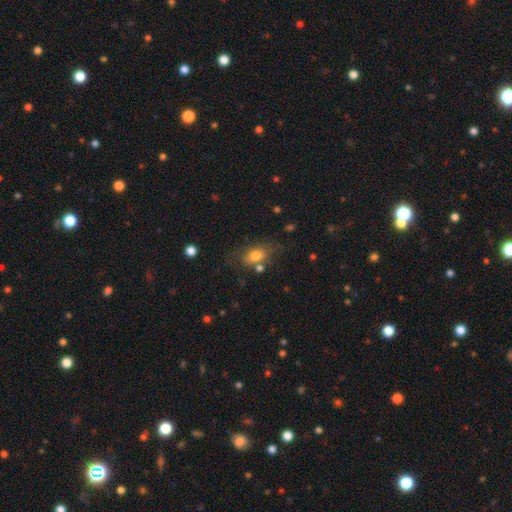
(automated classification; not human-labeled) The model was most divided on "merging": none: 64%, minor disturbance: 18%, merger: 10%, major disturbance: 7%. More confident: how rounded — in between (81%); smooth or featured — smooth (77%).